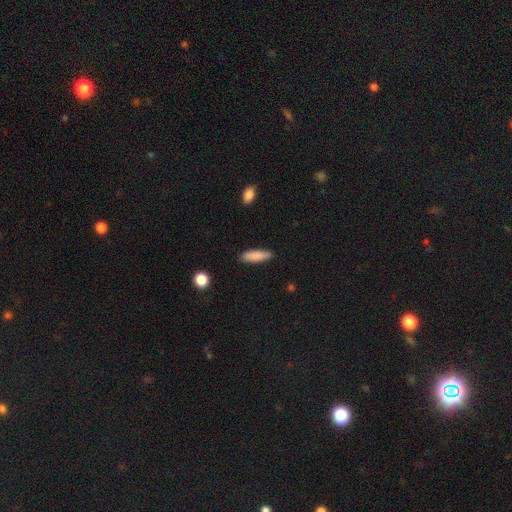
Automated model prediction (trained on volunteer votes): smooth-or-featured: smooth: 86% | featured or disk: 8% | star or artifact: 6%
  how-rounded: cigar-shaped: 57% | in between: 41% | round: 2%
  merging: none: 86% | minor disturbance: 11% | major disturbance: 2% | merger: 1%